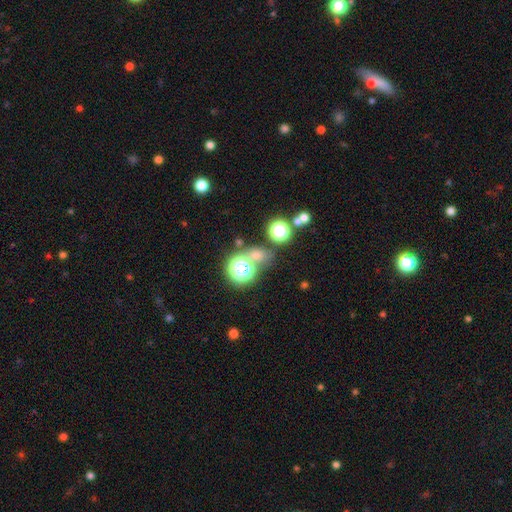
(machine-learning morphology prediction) smooth_or_featured: star or artifact (p=0.46) [alt: smooth p=0.45]